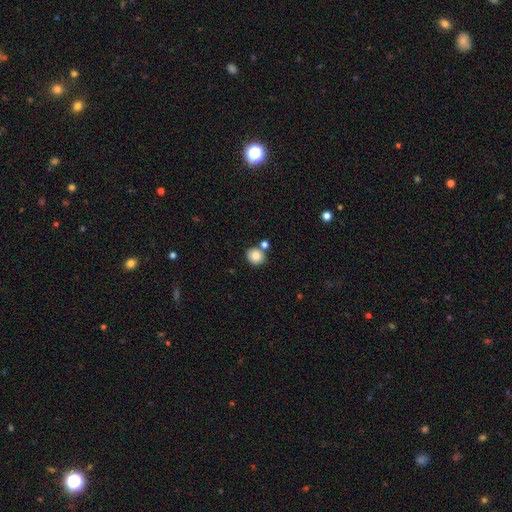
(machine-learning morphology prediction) This is clearly a smooth galaxy (84%). How rounded: clearly round (82%). Merging: likely none (71%).